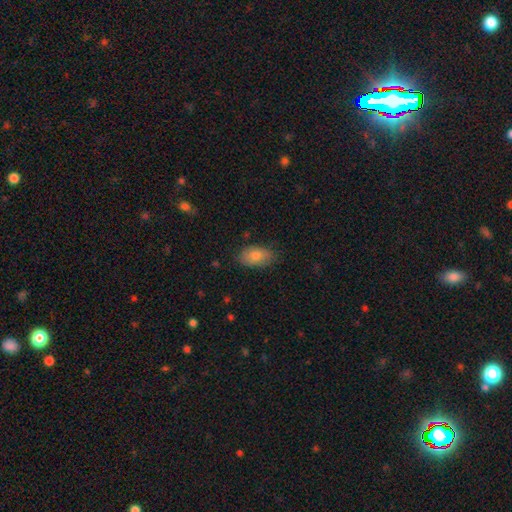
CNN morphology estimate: Smooth or featured? Predicted: smooth (p=0.83). How rounded? Predicted: in between (p=0.92). Merging? Predicted: none (p=0.79).